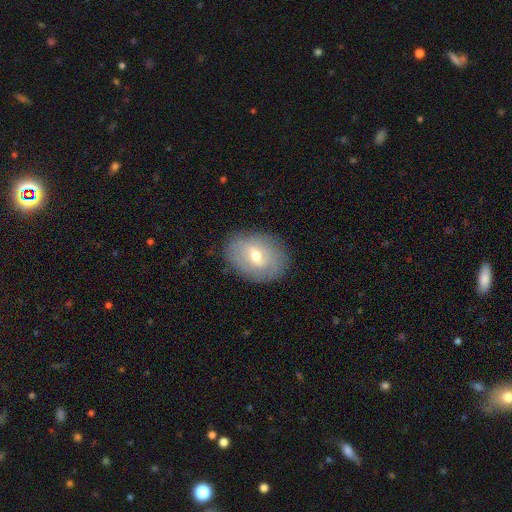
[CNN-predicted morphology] smooth 49%, featured or disk 42%, star or artifact 9%. Down the decision tree: merging — none (83%).